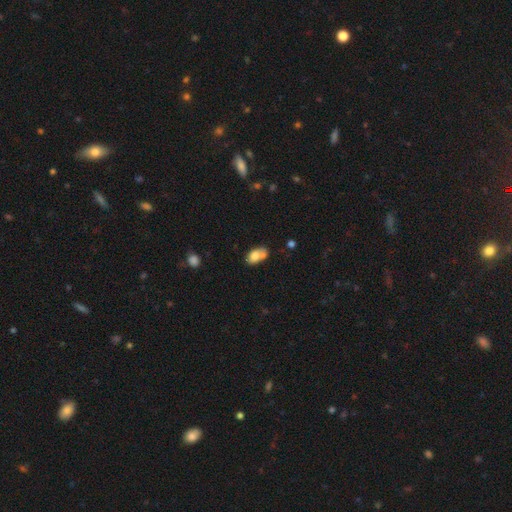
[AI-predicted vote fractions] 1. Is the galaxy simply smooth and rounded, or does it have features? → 73% smooth, 19% featured or disk, 9% star or artifact.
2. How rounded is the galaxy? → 86% in between, 12% round, 2% cigar-shaped.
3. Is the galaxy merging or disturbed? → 41% merger, 34% none, 18% minor disturbance, 7% major disturbance.